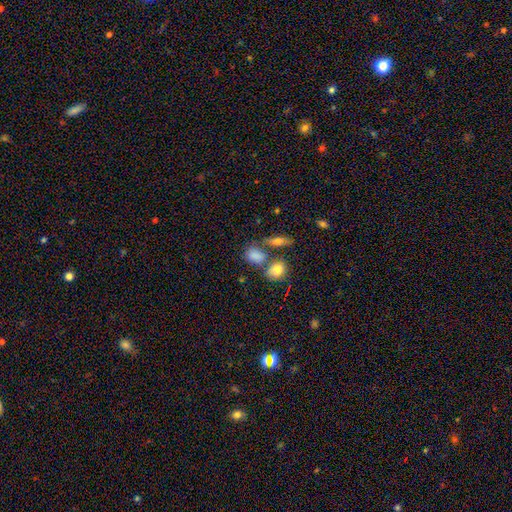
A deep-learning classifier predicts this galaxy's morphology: type=smooth (80%); roundness=in between (66%); merging=none (50%).